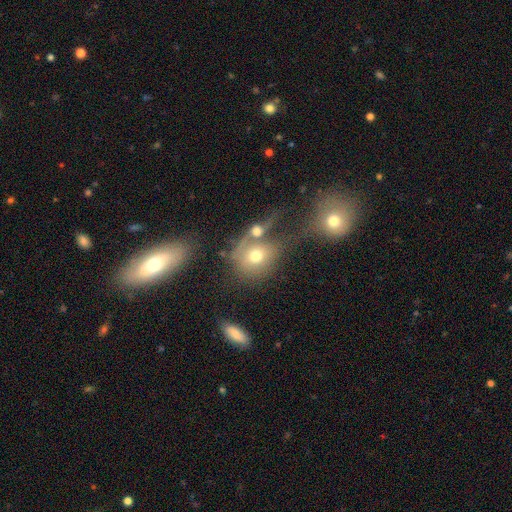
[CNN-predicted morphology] smooth_or_featured: smooth (p=0.62) [alt: featured or disk p=0.26]
how_rounded: round (p=0.60) [alt: in between p=0.38]
merging: merger (p=0.48) [alt: none p=0.29]